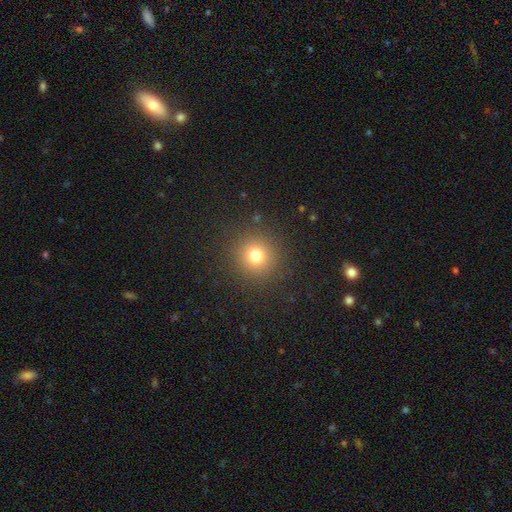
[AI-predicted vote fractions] This appears to be a smooth galaxy with no disk features (76%) that is round (94%). Merging: none (89%).